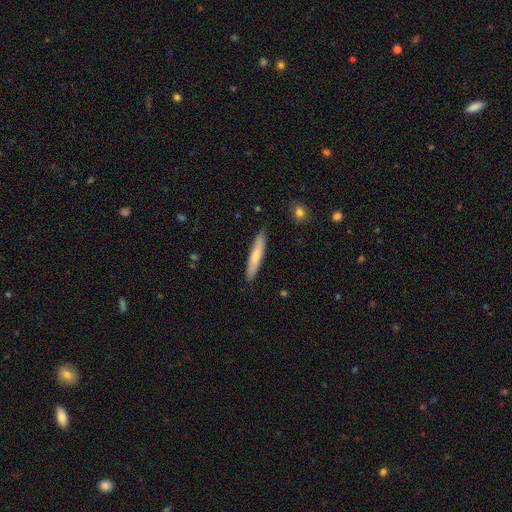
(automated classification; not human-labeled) Q: Smooth or featured?
A: smooth (67%); runner-up: featured or disk (28%)
Q: How rounded?
A: cigar-shaped (90%); runner-up: in between (8%)
Q: Merging?
A: none (86%); runner-up: minor disturbance (11%)